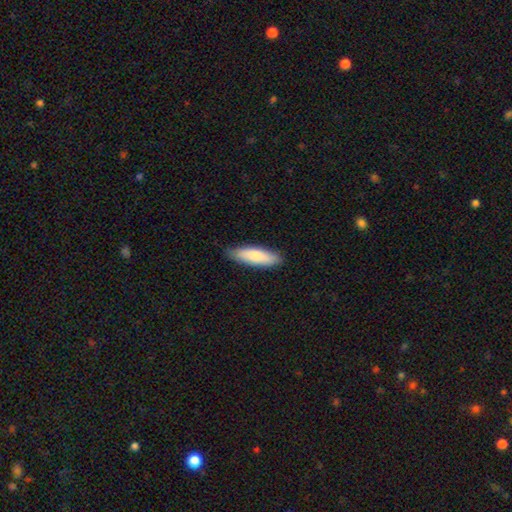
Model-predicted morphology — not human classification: This appears to be a smooth galaxy with no disk features (82%) that is cigar-shaped (50%). Merging: none (82%).